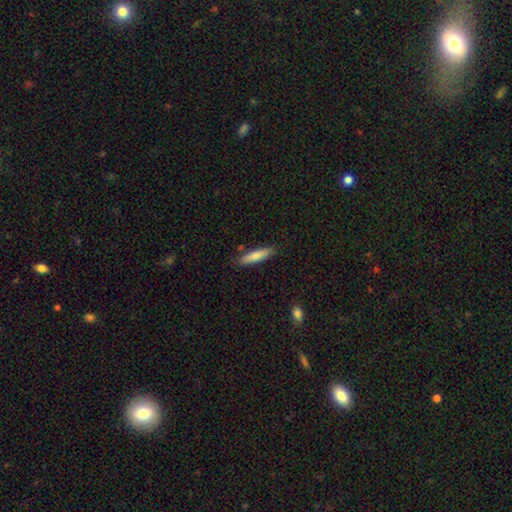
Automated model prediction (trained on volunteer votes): Q: Smooth or featured?
A: smooth (78%); runner-up: featured or disk (16%)
Q: How rounded?
A: cigar-shaped (82%); runner-up: in between (16%)
Q: Merging?
A: none (85%); runner-up: minor disturbance (11%)